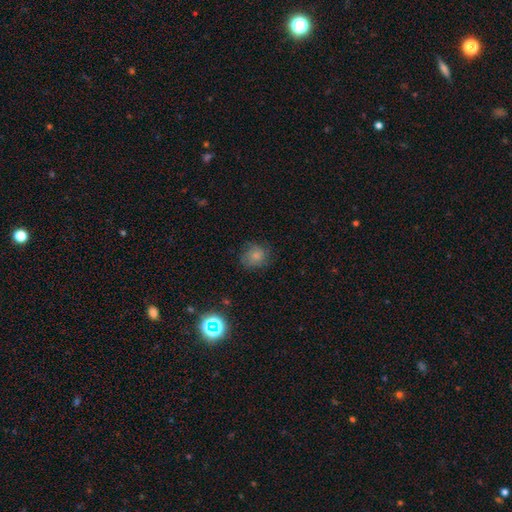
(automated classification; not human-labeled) This appears to be a smooth galaxy with no disk features (76%) that is round (79%). Merging: none (71%).